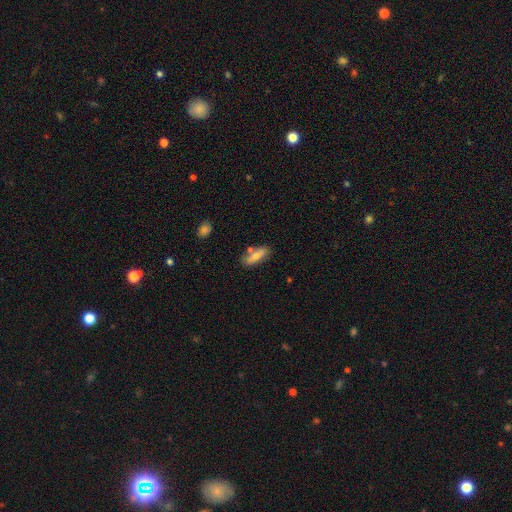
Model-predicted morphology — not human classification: Q: Smooth or featured?
A: smooth (62%); runner-up: featured or disk (31%)
Q: How rounded?
A: in between (55%); runner-up: cigar-shaped (42%)
Q: Merging?
A: none (73%); runner-up: minor disturbance (14%)